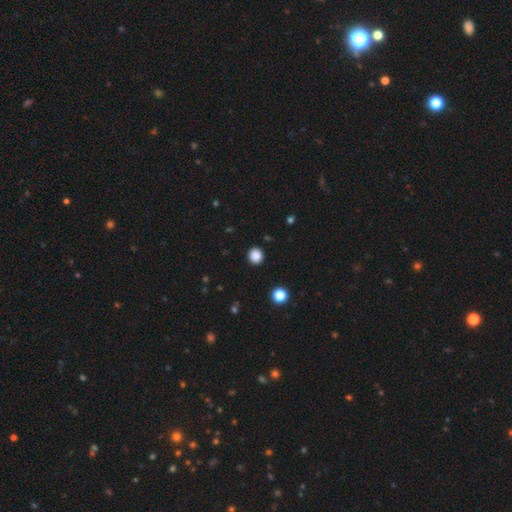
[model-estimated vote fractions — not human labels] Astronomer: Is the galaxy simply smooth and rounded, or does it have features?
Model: smooth — 86%.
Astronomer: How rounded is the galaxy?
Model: round — 90%.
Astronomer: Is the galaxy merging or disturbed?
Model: none — 92%.